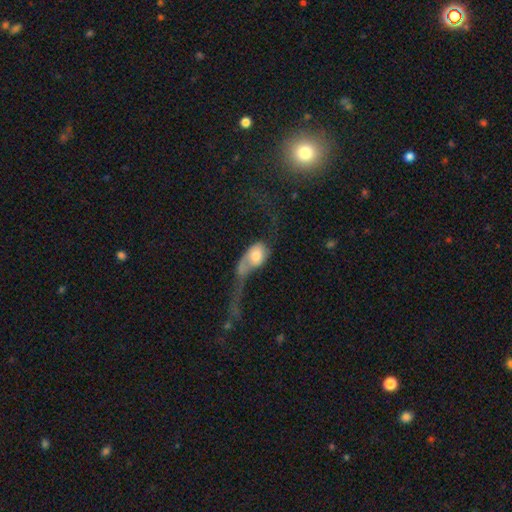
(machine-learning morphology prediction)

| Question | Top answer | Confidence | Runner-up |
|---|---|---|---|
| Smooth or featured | smooth | 56% | featured or disk (37%) |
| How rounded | in between | 77% | round (18%) |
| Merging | major disturbance | 53% | merger (26%) |